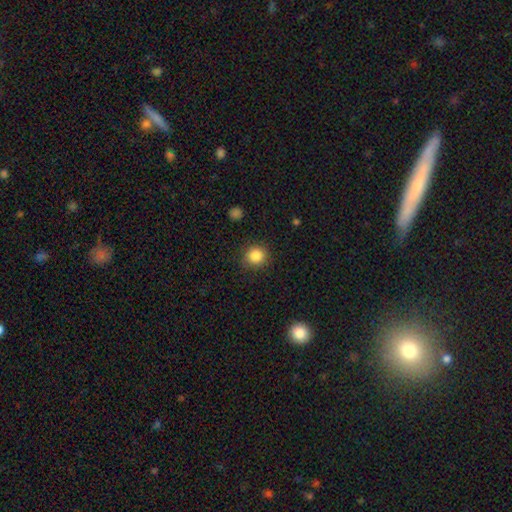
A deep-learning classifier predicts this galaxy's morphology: A smooth galaxy with no disk features (86%) that is round (90%). Merging: none (88%).